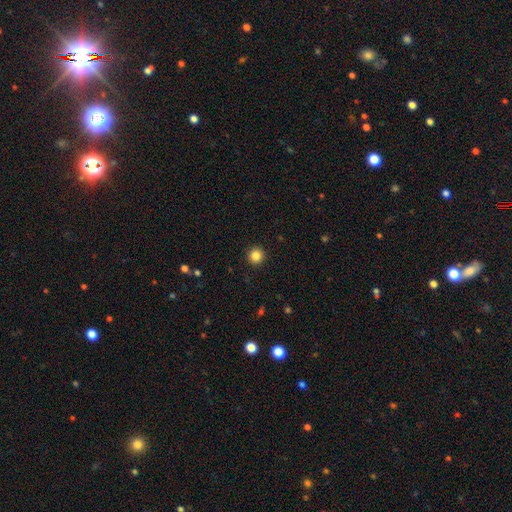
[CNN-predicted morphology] Smooth or featured?
  - smooth: 85% *
  - star or artifact: 11%
  - featured or disk: 4%
How rounded?
  - round: 95% *
  - in between: 4%
  - cigar-shaped: 1%
Merging?
  - none: 93% *
  - minor disturbance: 4%
  - major disturbance: 2%
  - merger: 1%